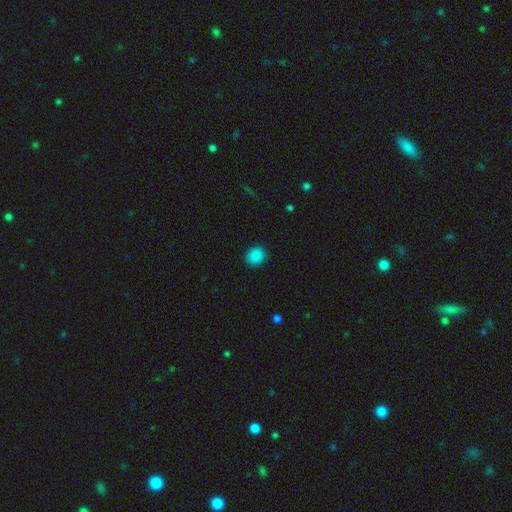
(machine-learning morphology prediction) Smooth or featured? Predicted: smooth (p=0.87). How rounded? Predicted: round (p=0.82). Merging? Predicted: none (p=0.90).